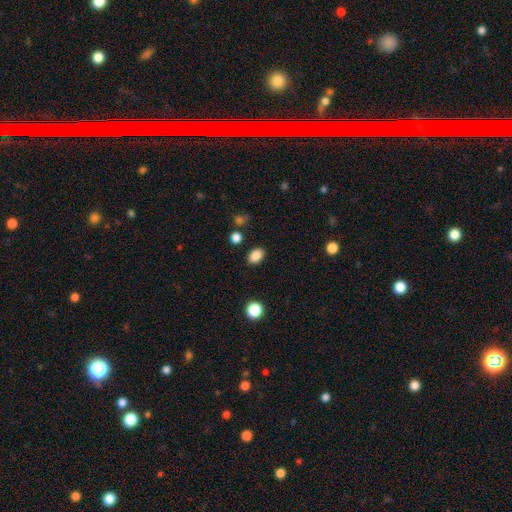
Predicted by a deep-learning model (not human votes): Smooth or featured? Predicted: smooth (p=0.86). How rounded? Predicted: in between (p=0.78). Merging? Predicted: none (p=0.87).